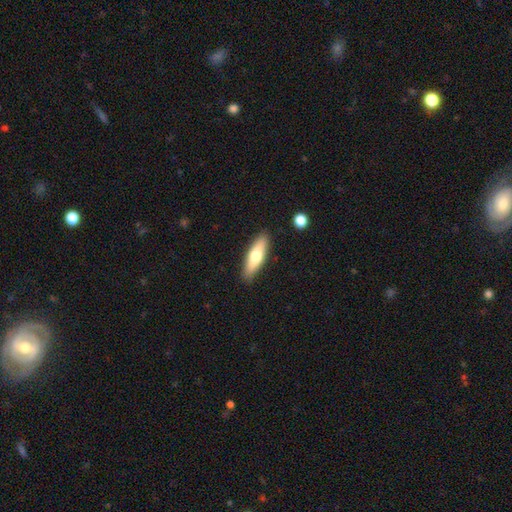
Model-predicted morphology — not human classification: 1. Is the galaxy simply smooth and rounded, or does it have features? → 68% smooth, 27% featured or disk, 6% star or artifact.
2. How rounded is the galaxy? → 57% cigar-shaped, 42% in between, 2% round.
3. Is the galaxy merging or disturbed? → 87% none, 9% minor disturbance, 2% major disturbance, 2% merger.